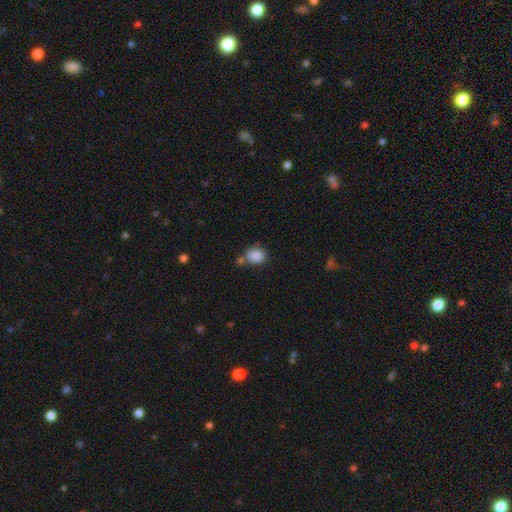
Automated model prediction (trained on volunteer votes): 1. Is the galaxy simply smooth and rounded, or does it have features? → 86% smooth, 9% star or artifact, 5% featured or disk.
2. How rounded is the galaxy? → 62% round, 37% in between, 1% cigar-shaped.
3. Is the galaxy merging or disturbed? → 56% none, 19% merger, 19% minor disturbance, 6% major disturbance.